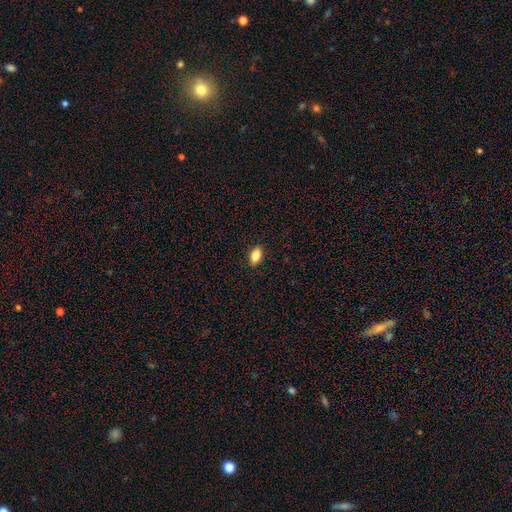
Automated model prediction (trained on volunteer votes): This is clearly a smooth galaxy (85%). How rounded: clearly in between (91%). Merging: clearly none (90%).